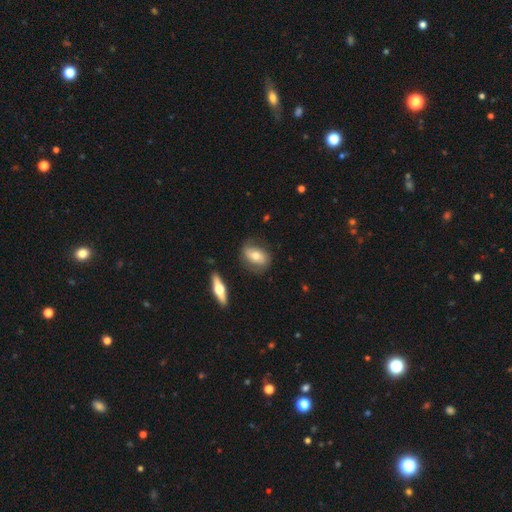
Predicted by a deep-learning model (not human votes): smooth_or_featured: smooth (p=0.51) [alt: featured or disk p=0.42]
how_rounded: in between (p=0.78) [alt: round p=0.17]
merging: none (p=0.70) [alt: minor disturbance p=0.20]